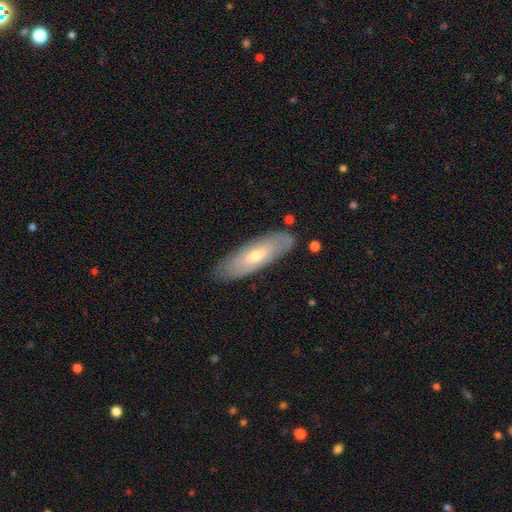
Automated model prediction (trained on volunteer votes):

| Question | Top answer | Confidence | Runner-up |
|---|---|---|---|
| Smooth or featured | smooth | 51% | featured or disk (43%) |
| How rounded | in between | 55% | cigar-shaped (43%) |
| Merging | none | 82% | minor disturbance (13%) |